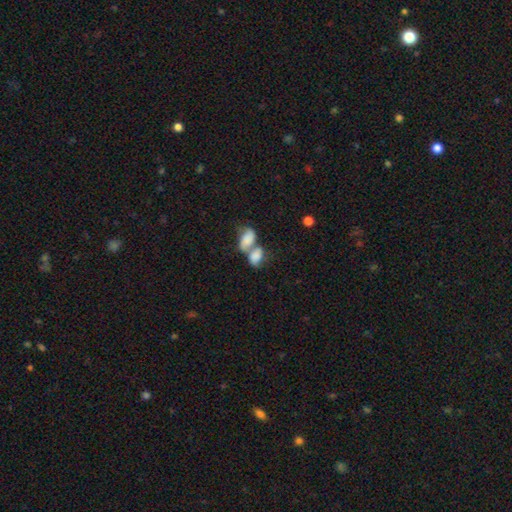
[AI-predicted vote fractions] The model was most divided on "smooth or featured": smooth: 73%, featured or disk: 18%, star or artifact: 8%. More confident: how rounded — in between (88%); merging — merger (75%).